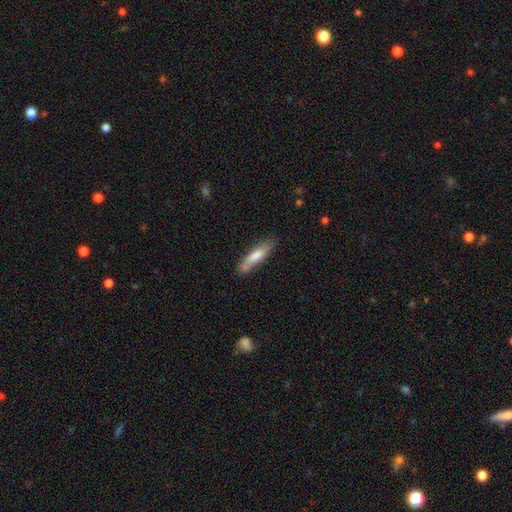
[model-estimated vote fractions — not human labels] A smooth galaxy with no disk features (62%) that is cigar-shaped (78%).

Vote fractions:
- Smooth or featured? smooth: 62% / featured or disk: 32% / star or artifact: 6%
- How rounded? cigar-shaped: 78% / in between: 20% / round: 2%
- Merging? none: 74% / minor disturbance: 18% / merger: 4% / major disturbance: 4%